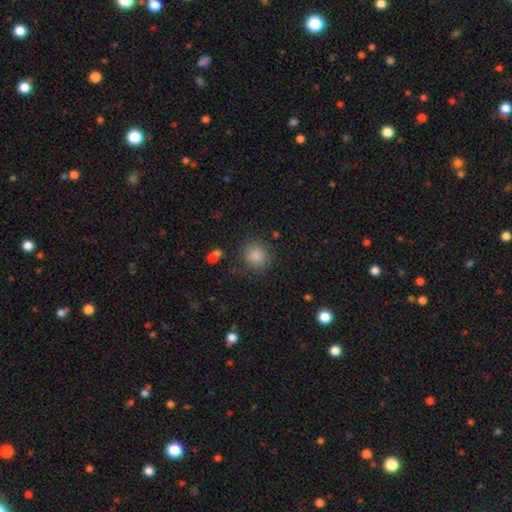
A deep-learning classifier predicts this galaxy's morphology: Overall: smooth (86%). How rounded: round (86%). Merging: none (83%).